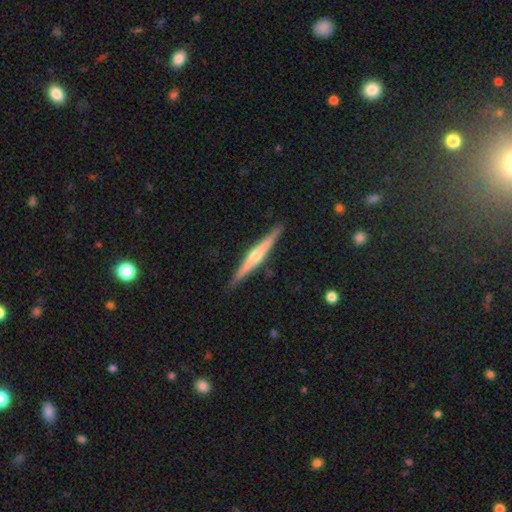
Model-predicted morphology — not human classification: This is likely a featured or disk galaxy (73%). It is clearly viewed edge-on (98%). Edge-on bulge: clearly rounded (84%). Merging: clearly none (90%).